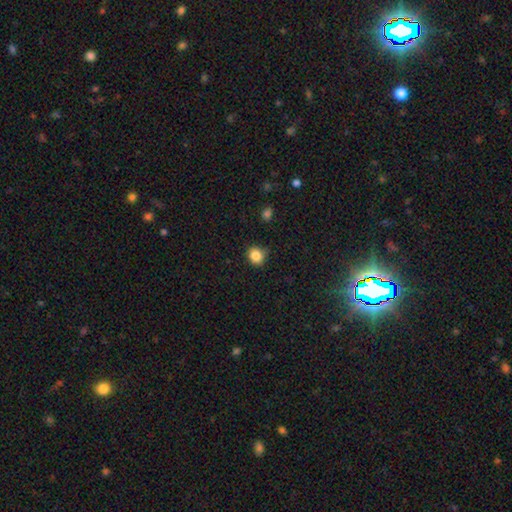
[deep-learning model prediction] A smooth galaxy with no disk features (85%) that is round (81%).

Vote fractions:
- Smooth or featured? smooth: 85% / star or artifact: 11% / featured or disk: 5%
- How rounded? round: 81% / in between: 18% / cigar-shaped: 1%
- Merging? none: 80% / minor disturbance: 16% / major disturbance: 3% / merger: 2%